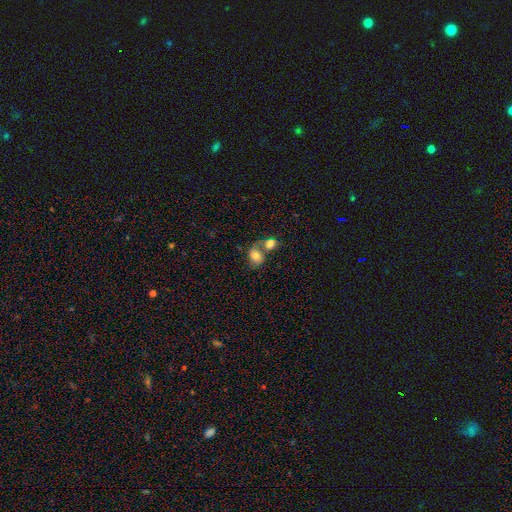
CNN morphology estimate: Overall: smooth (71%). How rounded: round (51%; in between 47%). Merging: merger (56%; none 28%).